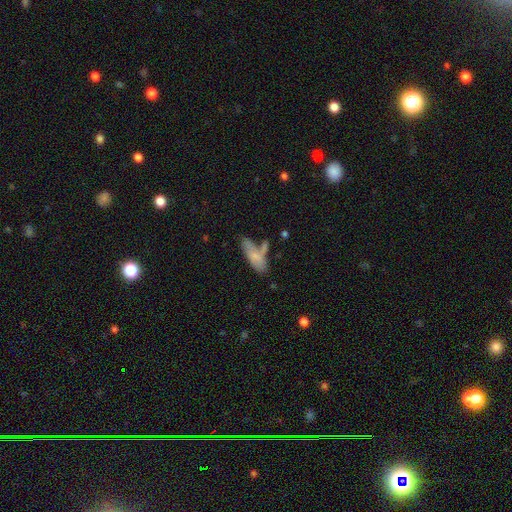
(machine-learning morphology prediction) Smooth or featured? Predicted: smooth (p=0.71). How rounded? Predicted: in between (p=0.62). Merging? Predicted: none (p=0.41).